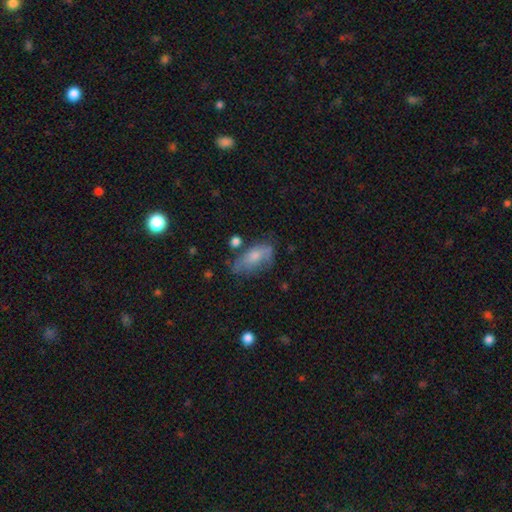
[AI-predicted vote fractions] A smooth galaxy with no disk features (58%) that is in between round and cigar-shaped (84%). Merging: none (48%).